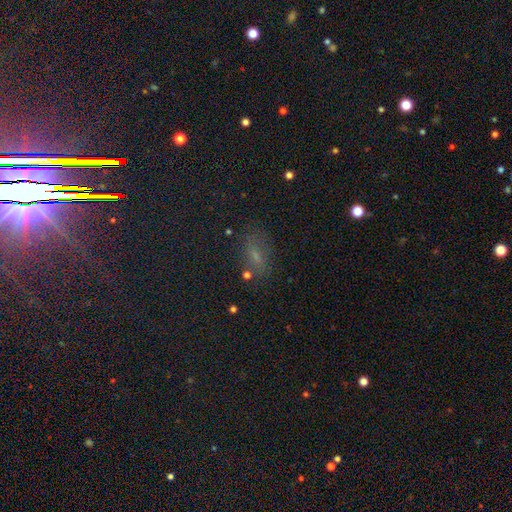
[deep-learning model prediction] Smooth or featured? smooth (49%)
Merging? none (70%)